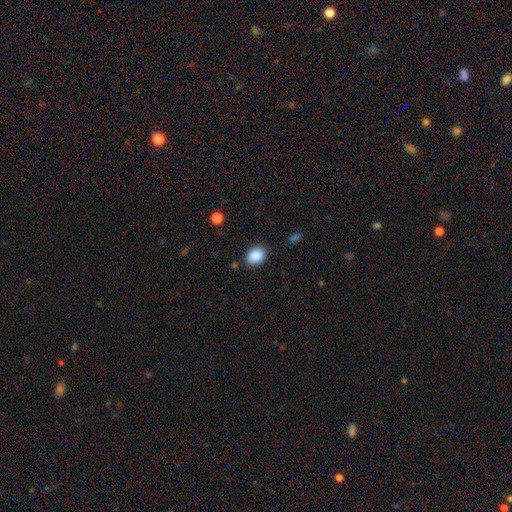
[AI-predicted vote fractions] Smooth or featured? smooth (88%)
How rounded? in between (60%)
Merging? none (84%)